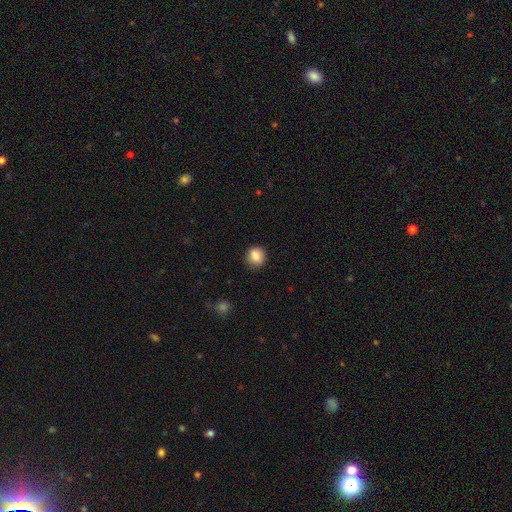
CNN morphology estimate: Q: Smooth or featured?
A: smooth (86%); runner-up: star or artifact (9%)
Q: How rounded?
A: round (79%); runner-up: in between (20%)
Q: Merging?
A: none (83%); runner-up: minor disturbance (13%)